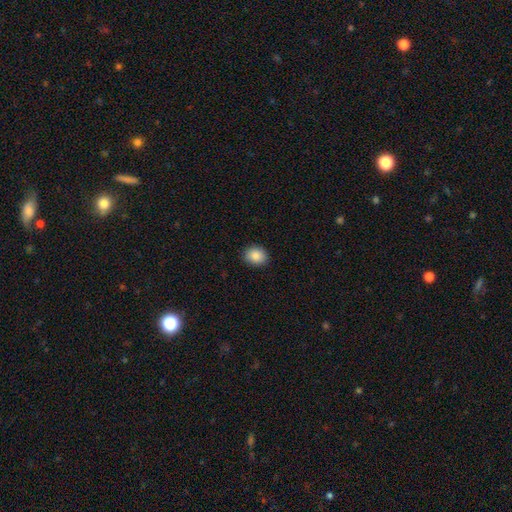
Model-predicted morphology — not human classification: smooth_or_featured: smooth (p=0.87) [alt: star or artifact p=0.08]
how_rounded: round (p=0.57) [alt: in between p=0.42]
merging: none (p=0.89) [alt: minor disturbance p=0.08]